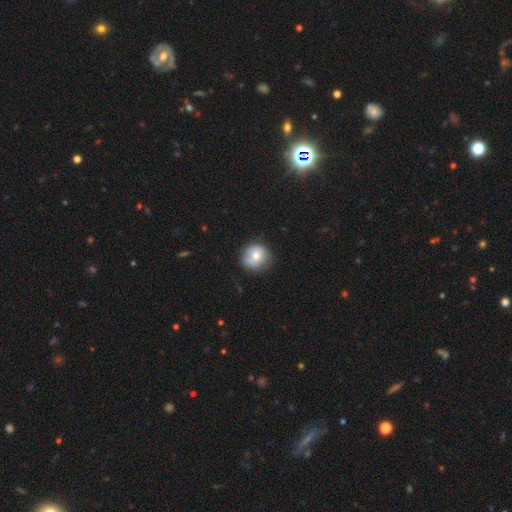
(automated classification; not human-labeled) Q: Smooth or featured?
A: smooth (68%); runner-up: featured or disk (23%)
Q: How rounded?
A: round (89%); runner-up: in between (10%)
Q: Merging?
A: none (72%); runner-up: minor disturbance (20%)